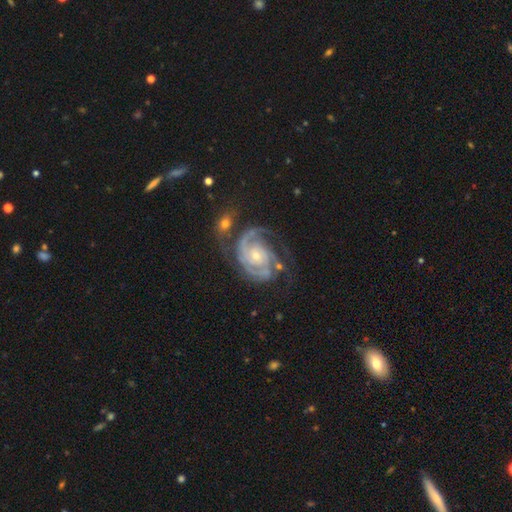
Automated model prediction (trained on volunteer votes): Overall: featured or disk (91%). Edge-on disk: no (98%). Bar: no (72%). Spiral arms: yes (98%). Spiral arm count: 2 (48%; 3 27%). Spiral winding: tight (62%; medium 32%). Bulge size: small (64%; moderate 32%). Merging: none (55%; minor disturbance 21%).